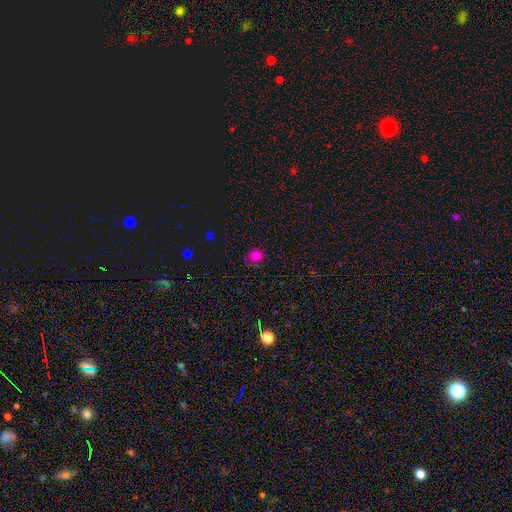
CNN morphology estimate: Q: Smooth or featured?
A: smooth (80%); runner-up: star or artifact (15%)
Q: How rounded?
A: round (84%); runner-up: in between (15%)
Q: Merging?
A: none (82%); runner-up: minor disturbance (14%)